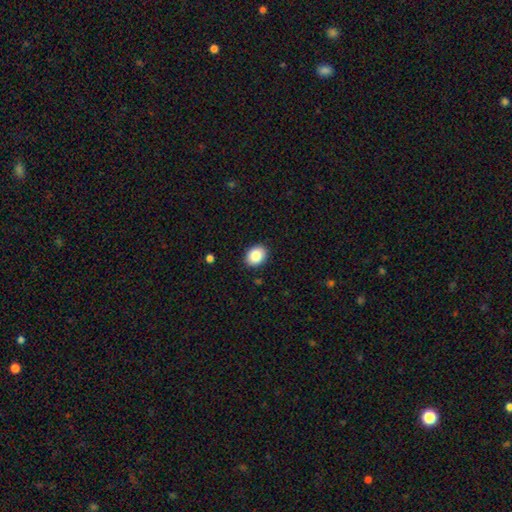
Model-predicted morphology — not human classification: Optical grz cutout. It shows a smooth galaxy with no disk features (86%) that is in between round and cigar-shaped (53%). Merging: none (90%).